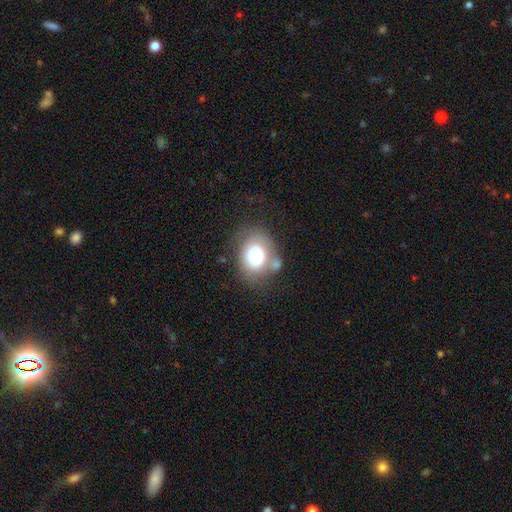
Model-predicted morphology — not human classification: type=smooth (74%); roundness=in between (63%); merging=none (43%).